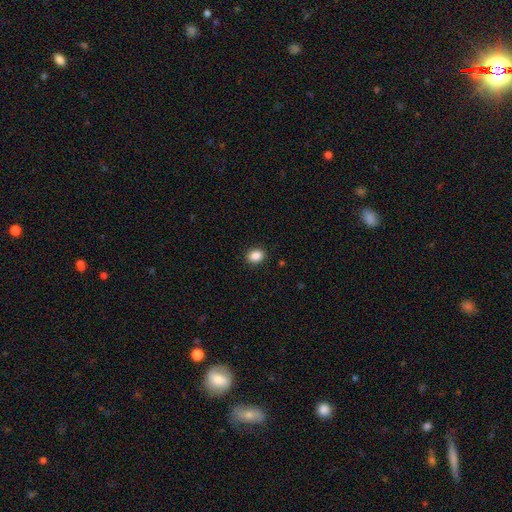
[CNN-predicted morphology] This appears to be a smooth galaxy with no disk features (88%) that is in between round and cigar-shaped (54%). Merging: none (90%).